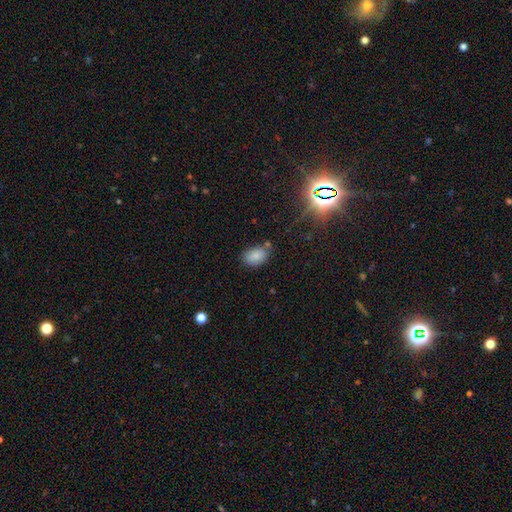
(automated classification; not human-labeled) smooth-or-featured: smooth: 84% | star or artifact: 10% | featured or disk: 6%
  how-rounded: in between: 85% | round: 14% | cigar-shaped: 1%
  merging: none: 71% | minor disturbance: 18% | merger: 7% | major disturbance: 4%